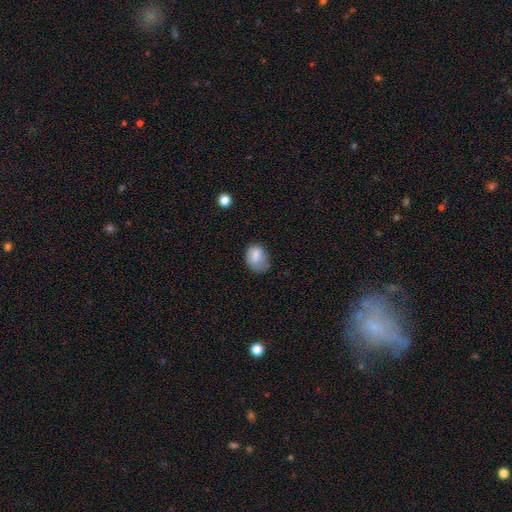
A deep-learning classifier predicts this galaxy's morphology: The model was most divided on "merging": none: 48%, minor disturbance: 35%, major disturbance: 15%, merger: 2%. More confident: smooth or featured — smooth (80%); how rounded — in between (68%).